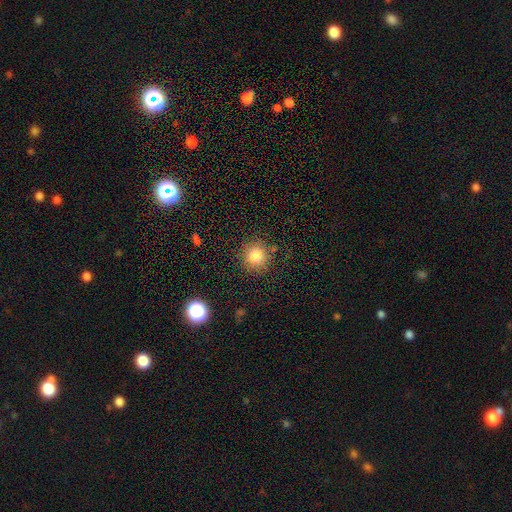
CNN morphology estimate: A smooth galaxy with no disk features (82%) that is round (92%).

Vote fractions:
- Smooth or featured? smooth: 82% / star or artifact: 12% / featured or disk: 7%
- How rounded? round: 92% / in between: 7% / cigar-shaped: 1%
- Merging? none: 84% / minor disturbance: 10% / major disturbance: 4% / merger: 2%